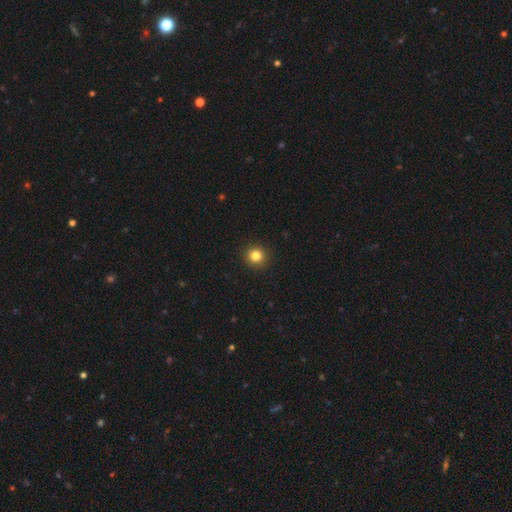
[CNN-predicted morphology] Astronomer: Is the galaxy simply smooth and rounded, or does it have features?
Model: smooth — 83%.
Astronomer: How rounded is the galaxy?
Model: round — 93%.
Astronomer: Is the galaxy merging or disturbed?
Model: none — 92%.